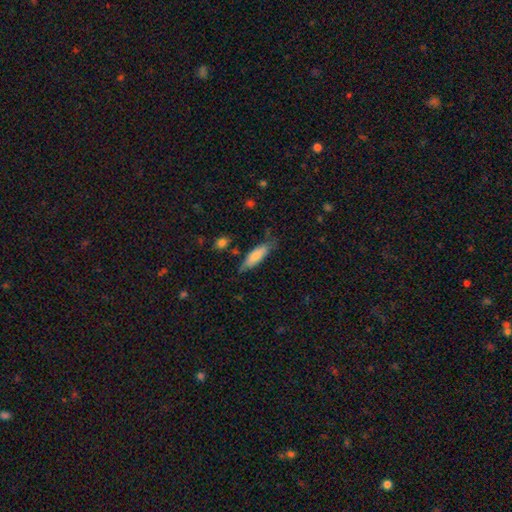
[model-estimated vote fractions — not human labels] Overall: smooth (74%). How rounded: in between (53%; cigar-shaped 45%). Merging: none (66%).